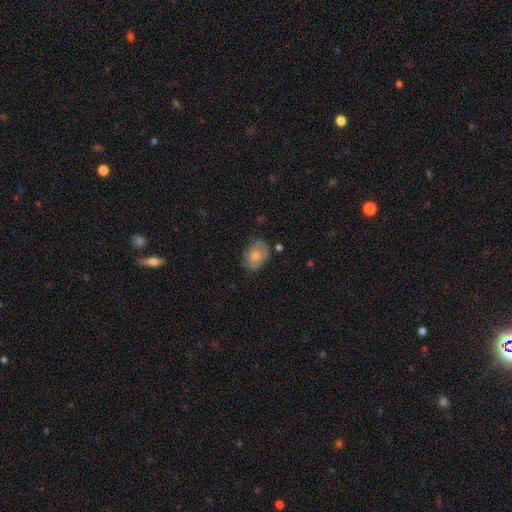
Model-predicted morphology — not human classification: Q: Smooth or featured?
A: smooth (59%); runner-up: featured or disk (34%)
Q: How rounded?
A: in between (70%); runner-up: round (29%)
Q: Merging?
A: none (61%); runner-up: minor disturbance (27%)